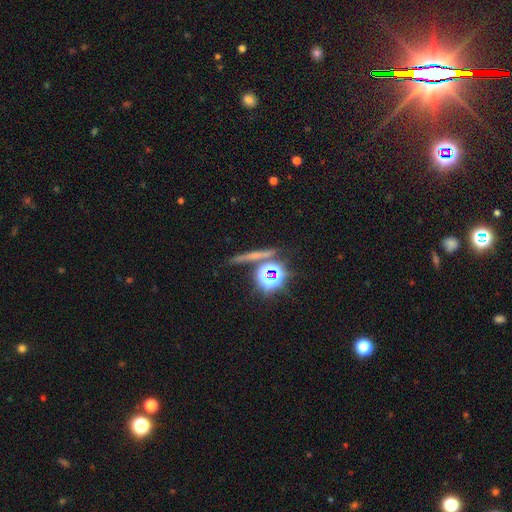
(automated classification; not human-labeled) A star or artifact, not a galaxy (49%).